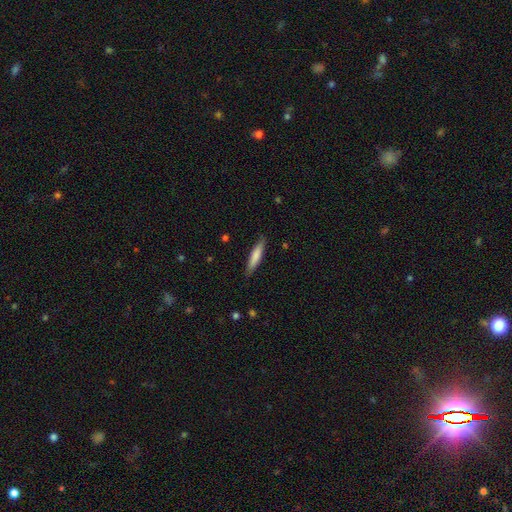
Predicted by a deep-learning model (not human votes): This appears to be a smooth galaxy with no disk features (74%) that is cigar-shaped (87%). Merging: none (87%).